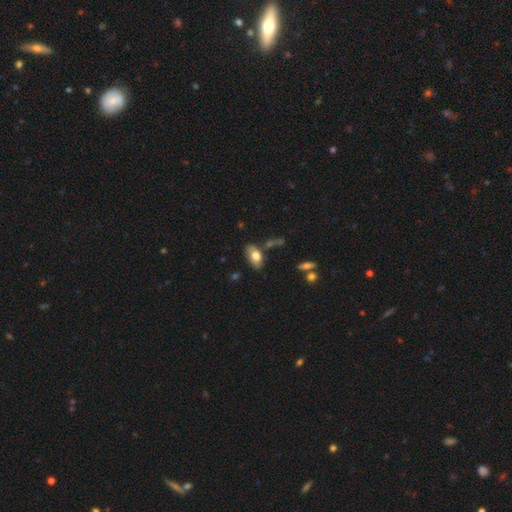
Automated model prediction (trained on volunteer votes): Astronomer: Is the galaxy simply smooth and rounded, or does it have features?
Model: smooth — 74%.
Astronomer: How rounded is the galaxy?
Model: in between — 92%.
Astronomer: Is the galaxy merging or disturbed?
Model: none — 65%.